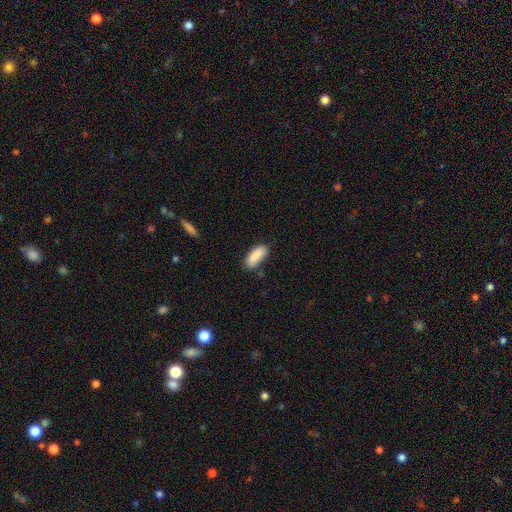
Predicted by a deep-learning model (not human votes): The model was most divided on "merging": none: 75%, minor disturbance: 18%, major disturbance: 3%, merger: 3%. More confident: smooth or featured — smooth (88%); how rounded — in between (79%).